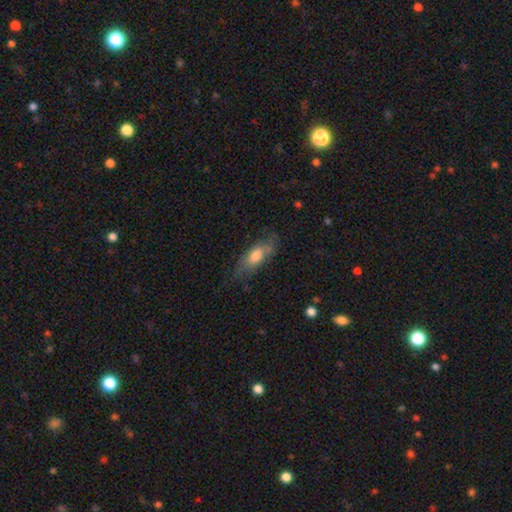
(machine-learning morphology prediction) smooth_or_featured: smooth (p=0.62) [alt: featured or disk p=0.31]
how_rounded: in between (p=0.67) [alt: cigar-shaped p=0.30]
merging: none (p=0.64) [alt: minor disturbance p=0.25]